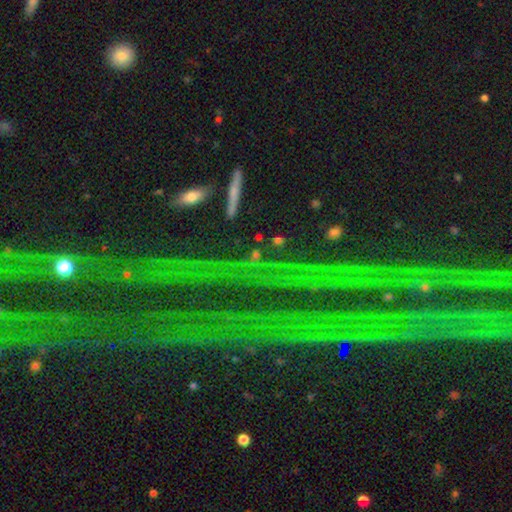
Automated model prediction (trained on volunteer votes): star or artifact 54%, smooth 33%, featured or disk 13%.